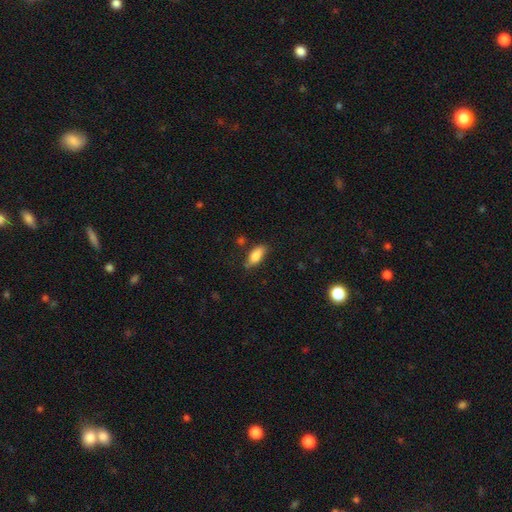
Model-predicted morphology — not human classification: smooth_or_featured: smooth (p=0.81) [alt: featured or disk p=0.12]
how_rounded: in between (p=0.80) [alt: cigar-shaped p=0.17]
merging: none (p=0.73) [alt: minor disturbance p=0.20]